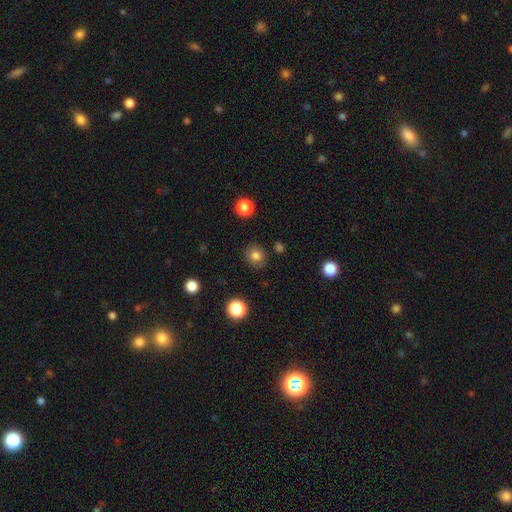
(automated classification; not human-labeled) The model was most divided on "smooth or featured": smooth: 80%, star or artifact: 12%, featured or disk: 8%. More confident: merging — none (85%); how rounded — round (84%).